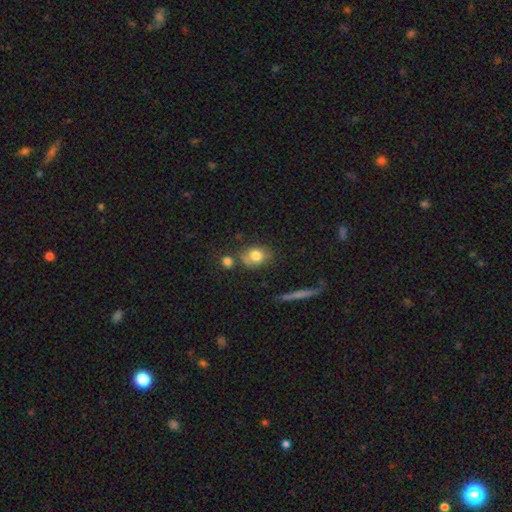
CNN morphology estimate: type=smooth (75%); roundness=in between (50%); merging=none (57%).